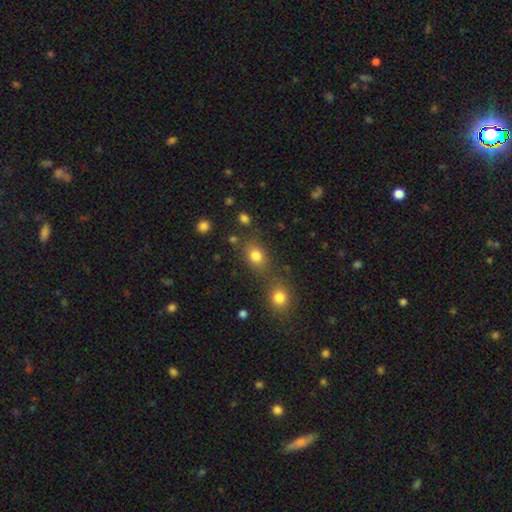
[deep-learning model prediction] Smooth or featured? smooth (79%)
How rounded? round (52%)
Merging? none (55%)